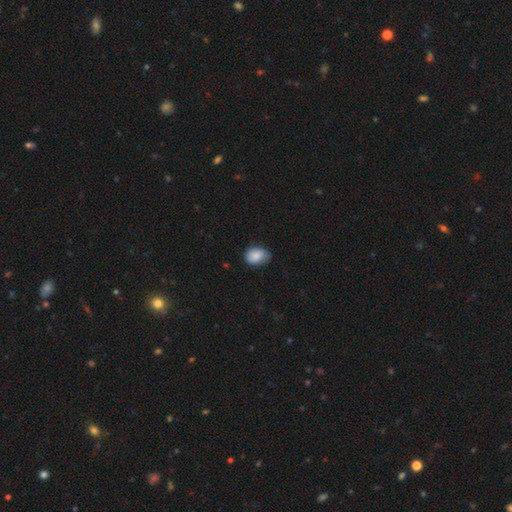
Smooth or featured? 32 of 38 (84%) said smooth. How rounded? 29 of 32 (91%) said in between. Merging? 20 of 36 (56%) said none.